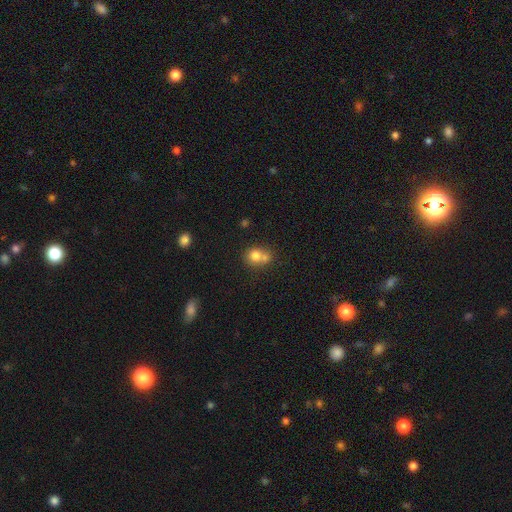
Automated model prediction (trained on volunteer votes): Q: Smooth or featured?
A: smooth (75%); runner-up: featured or disk (14%)
Q: How rounded?
A: round (74%); runner-up: in between (25%)
Q: Merging?
A: merger (53%); runner-up: none (35%)